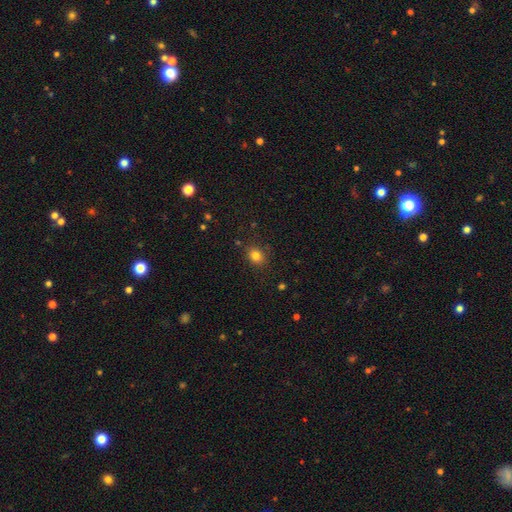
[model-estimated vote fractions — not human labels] A smooth galaxy with no disk features (81%) that is round (62%).

Vote fractions:
- Smooth or featured? smooth: 81% / star or artifact: 13% / featured or disk: 6%
- How rounded? round: 62% / in between: 37% / cigar-shaped: 1%
- Merging? none: 83% / minor disturbance: 11% / major disturbance: 3% / merger: 2%